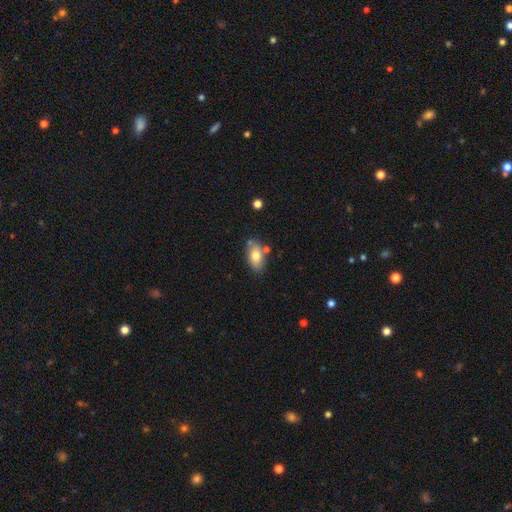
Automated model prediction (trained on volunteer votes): smooth 76%, featured or disk 16%, star or artifact 8%. Down the decision tree: how rounded — in between (90%); merging — none (74%).